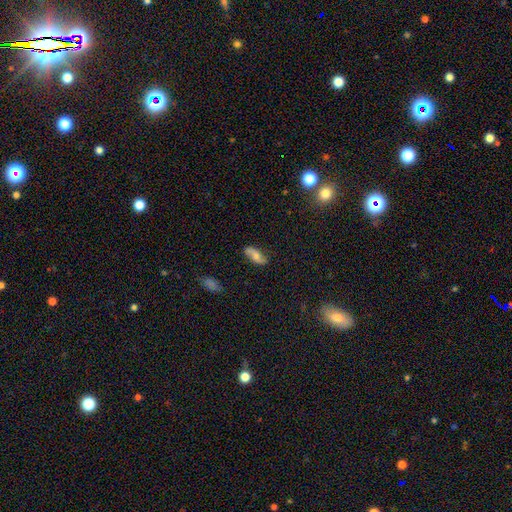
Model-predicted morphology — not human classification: This is possibly a featured or disk galaxy (54%). It is clearly not viewed edge-on (90%). Merging: likely none (79%).